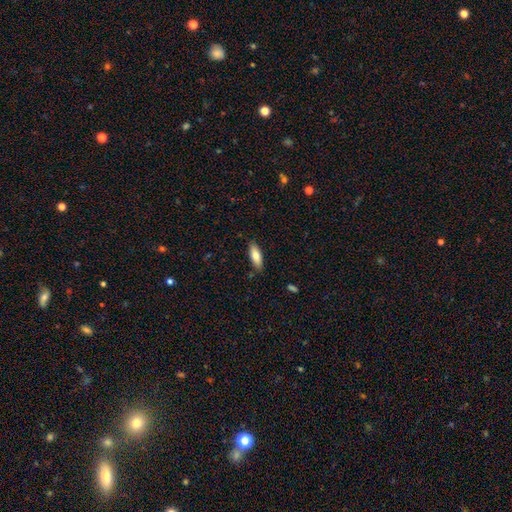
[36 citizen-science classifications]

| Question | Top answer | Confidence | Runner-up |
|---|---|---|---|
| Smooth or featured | smooth | 86% | featured or disk (11%) |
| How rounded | in between | 55% | cigar-shaped (45%) |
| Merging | none | 86% | minor disturbance (14%) |